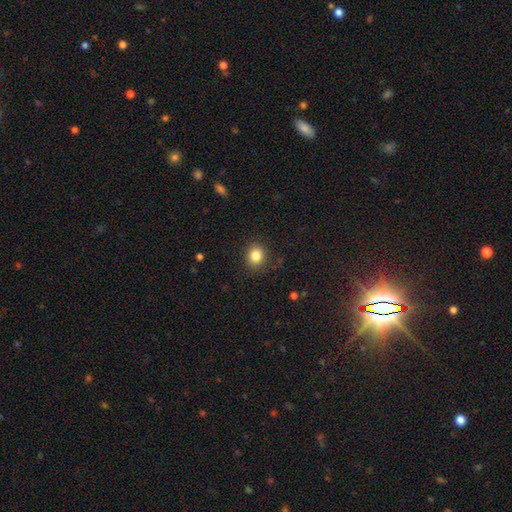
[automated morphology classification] smooth 84%, star or artifact 11%, featured or disk 6%. Down the decision tree: how rounded — round (77%); merging — none (87%).